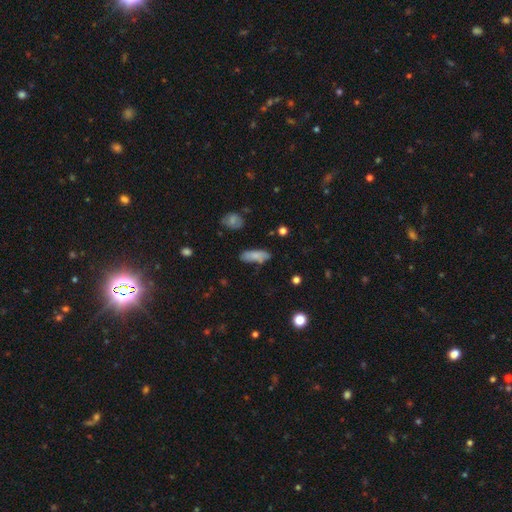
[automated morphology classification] This is likely a smooth galaxy (78%). How rounded: likely in between (68%). Merging: likely none (73%).